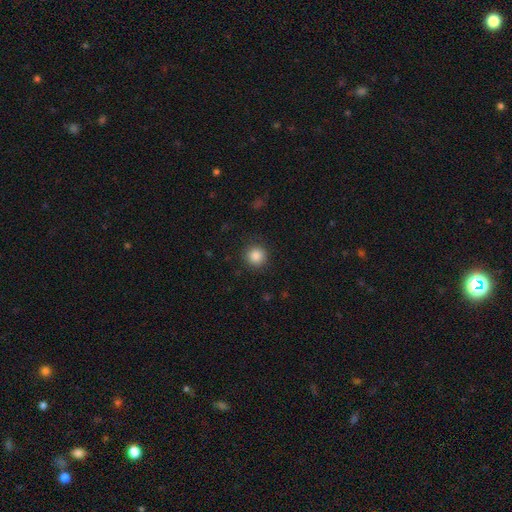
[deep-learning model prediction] smooth-or-featured: smooth: 86% | star or artifact: 10% | featured or disk: 4%
  how-rounded: round: 94% | in between: 5% | cigar-shaped: 1%
  merging: none: 90% | minor disturbance: 7% | major disturbance: 3% | merger: 1%